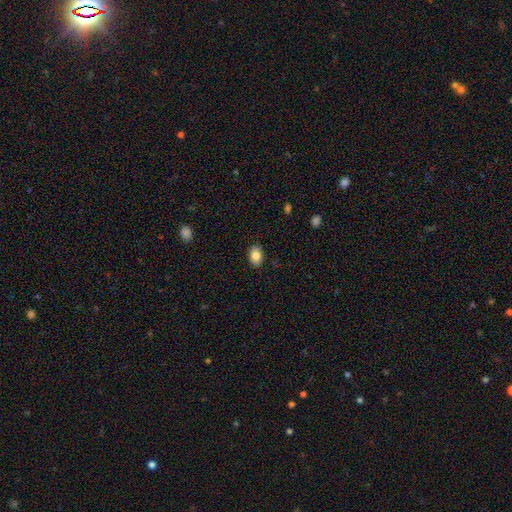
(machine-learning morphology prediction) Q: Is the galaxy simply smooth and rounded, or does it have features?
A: smooth — 84%.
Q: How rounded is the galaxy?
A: in between — 86%.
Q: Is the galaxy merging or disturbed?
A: none — 88%.